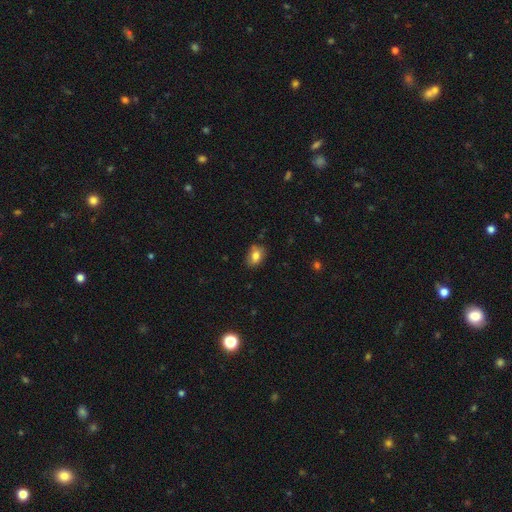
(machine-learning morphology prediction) Smooth or featured? smooth (79%)
How rounded? in between (75%)
Merging? none (76%)